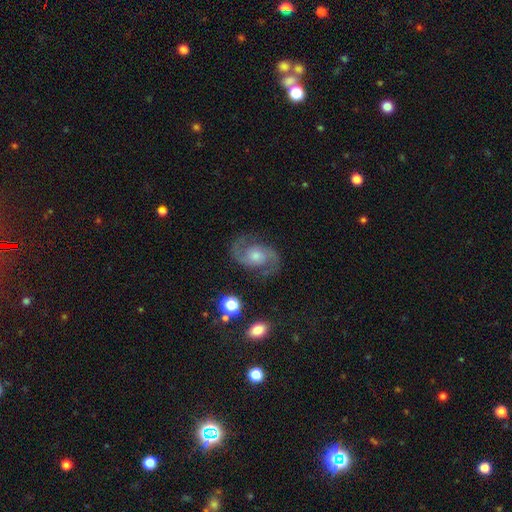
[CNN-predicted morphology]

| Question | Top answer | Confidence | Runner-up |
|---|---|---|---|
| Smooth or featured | featured or disk | 89% | star or artifact (6%) |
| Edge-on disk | no | 98% | yes (2%) |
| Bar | no | 63% | weak (31%) |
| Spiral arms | yes | 98% | no (2%) |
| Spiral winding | medium | 60% | tight (23%) |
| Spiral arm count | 2 | 94% | can't tell (2%) |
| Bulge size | moderate | 50% | small (39%) |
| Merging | none | 82% | minor disturbance (12%) |